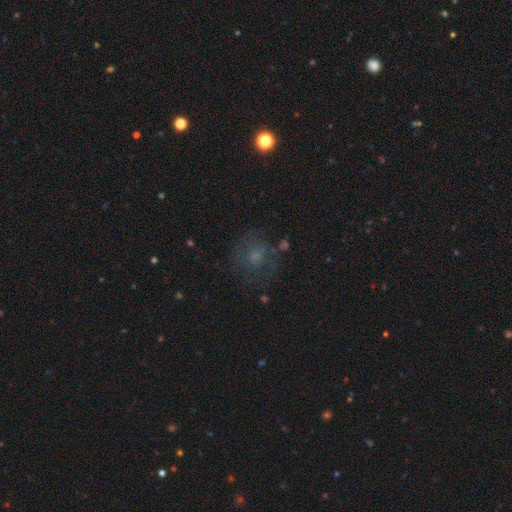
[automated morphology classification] smooth 42%, featured or disk 35%, star or artifact 23%. Down the decision tree: merging — none (66%).